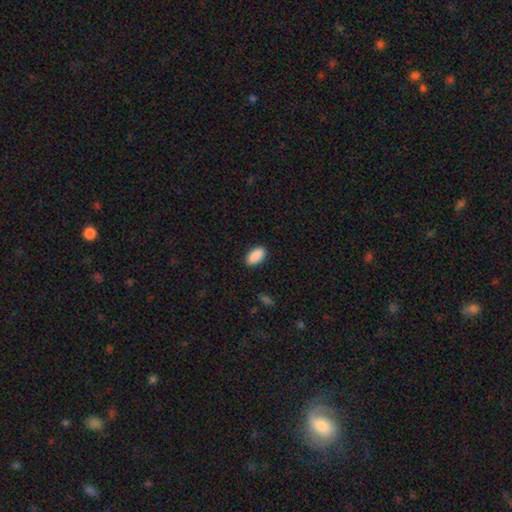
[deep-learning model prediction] Smooth or featured? Predicted: smooth (p=0.91). How rounded? Predicted: in between (p=0.94). Merging? Predicted: none (p=0.89).